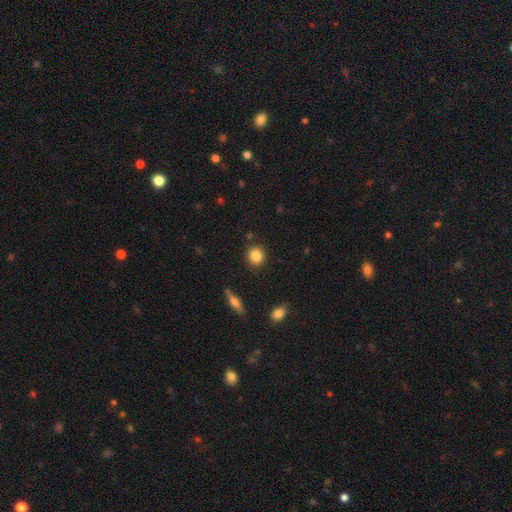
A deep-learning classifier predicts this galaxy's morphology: Smooth or featured? Predicted: smooth (p=0.84). How rounded? Predicted: round (p=0.85). Merging? Predicted: none (p=0.89).